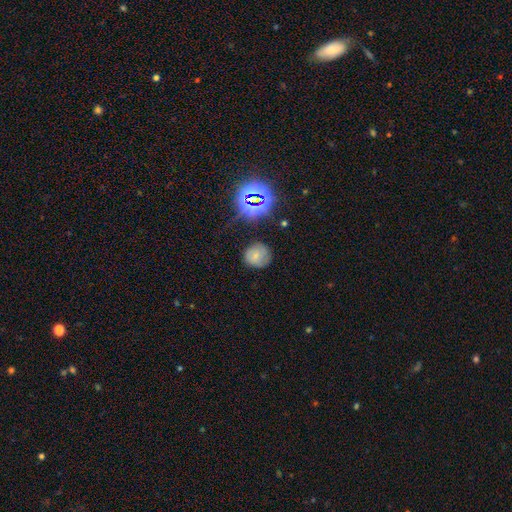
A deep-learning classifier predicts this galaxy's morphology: A smooth galaxy with no disk features (64%) that is round (85%). Merging: none (77%).